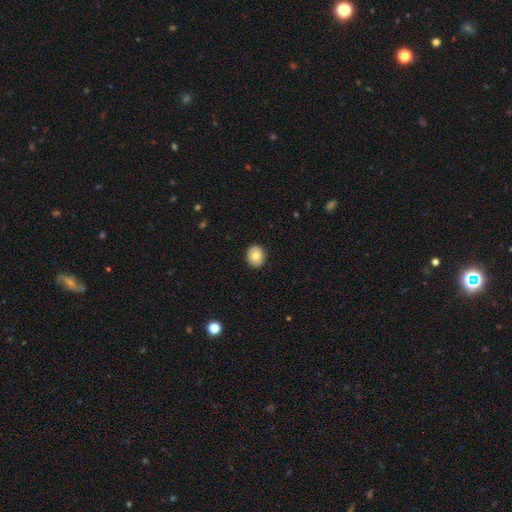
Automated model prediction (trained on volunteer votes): Q: Smooth or featured?
A: smooth (80%); runner-up: featured or disk (13%)
Q: How rounded?
A: round (70%); runner-up: in between (29%)
Q: Merging?
A: none (91%); runner-up: minor disturbance (7%)